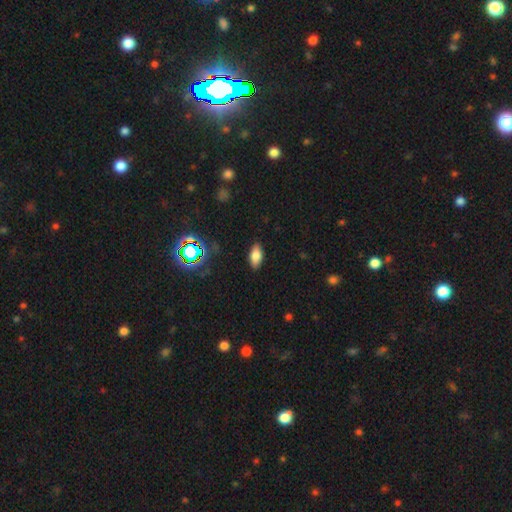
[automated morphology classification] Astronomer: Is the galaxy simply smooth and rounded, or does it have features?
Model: smooth — 77%.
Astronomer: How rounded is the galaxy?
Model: in between — 88%.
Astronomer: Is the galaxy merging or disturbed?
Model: none — 86%.